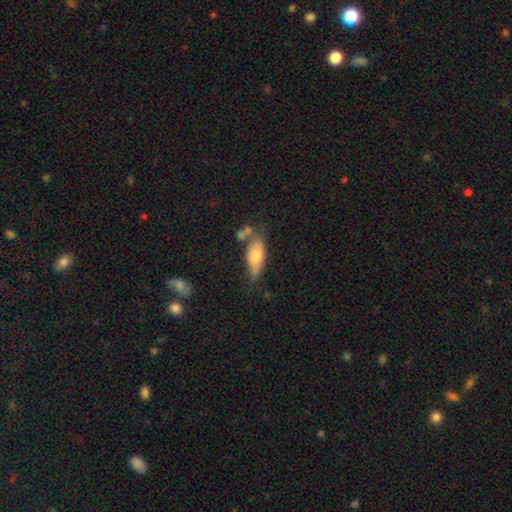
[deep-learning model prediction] This is likely a smooth galaxy (63%). How rounded: likely in between (70%). Merging: possibly none (46%).